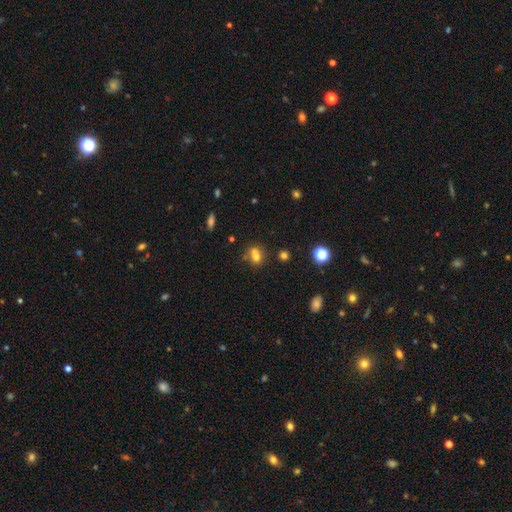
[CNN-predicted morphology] Smooth or featured: smooth — 66% (featured or disk — 17%)
How rounded: round — 68% (in between — 31%)
Merging: merger — 55% (none — 34%)